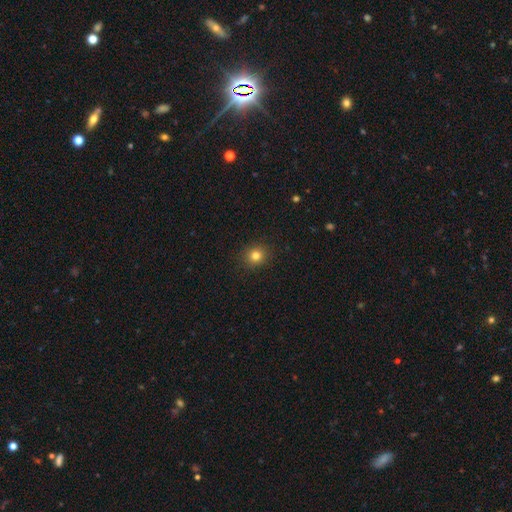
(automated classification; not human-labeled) This is clearly a smooth galaxy (80%). How rounded: clearly round (86%). Merging: clearly none (91%).